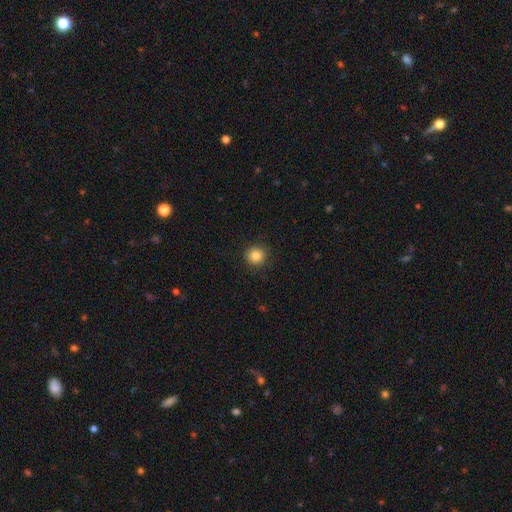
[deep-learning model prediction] smooth-or-featured: smooth: 84% | star or artifact: 11% | featured or disk: 5%
  how-rounded: round: 94% | in between: 5% | cigar-shaped: 1%
  merging: none: 92% | minor disturbance: 6% | major disturbance: 2% | merger: 1%